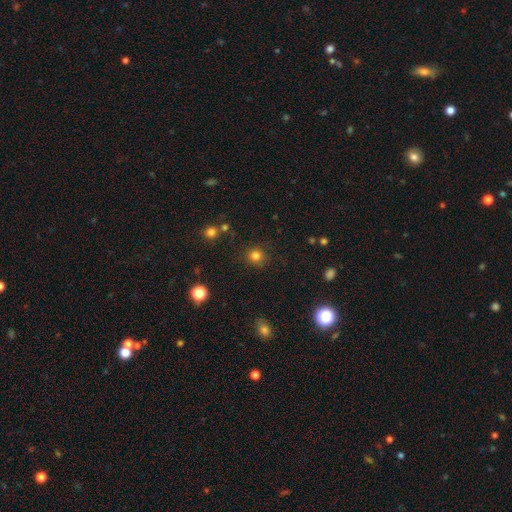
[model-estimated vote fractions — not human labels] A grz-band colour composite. It shows a smooth galaxy with no disk features (81%) that is round (92%). Merging: none (88%).